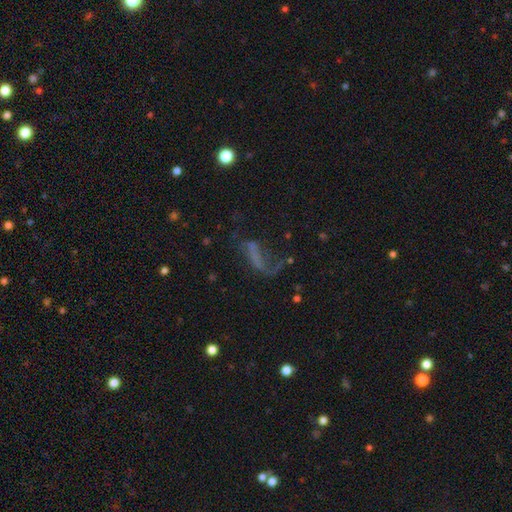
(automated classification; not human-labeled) Morphology: type=featured or disk (48%); merging=major disturbance (42%).